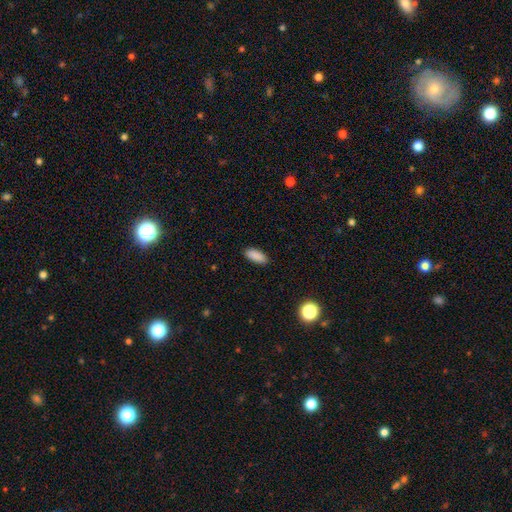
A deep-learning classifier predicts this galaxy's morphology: The model was most divided on "how rounded": in between: 84%, cigar-shaped: 13%, round: 2%. More confident: smooth or featured — smooth (89%); merging — none (88%).